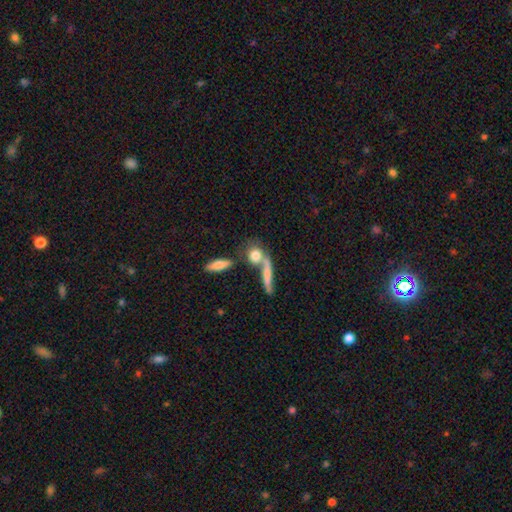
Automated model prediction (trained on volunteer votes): A smooth galaxy with no disk features (72%) that is round (53%).

Vote fractions:
- Smooth or featured? smooth: 72% / featured or disk: 19% / star or artifact: 9%
- How rounded? round: 53% / in between: 28% / cigar-shaped: 19%
- Merging? none: 44% / merger: 37% / minor disturbance: 11% / major disturbance: 7%